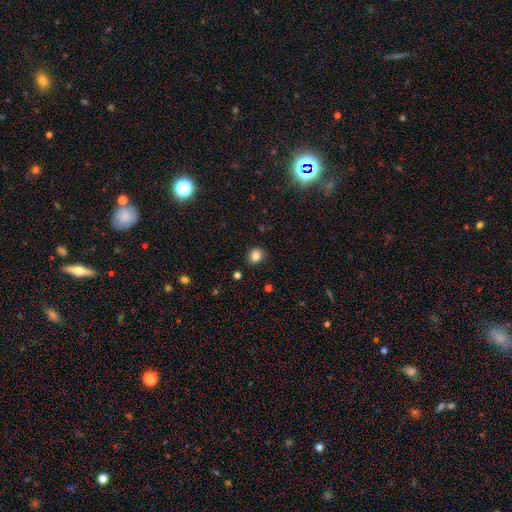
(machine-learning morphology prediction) smooth_or_featured: smooth (p=0.83) [alt: star or artifact p=0.11]
how_rounded: round (p=0.77) [alt: in between p=0.22]
merging: none (p=0.88) [alt: minor disturbance p=0.09]